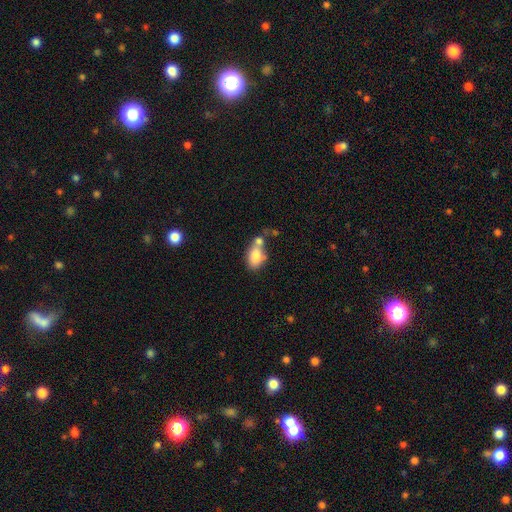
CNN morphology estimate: A smooth galaxy with no disk features (78%) that is in between round and cigar-shaped (86%). Merging: merger (38%).